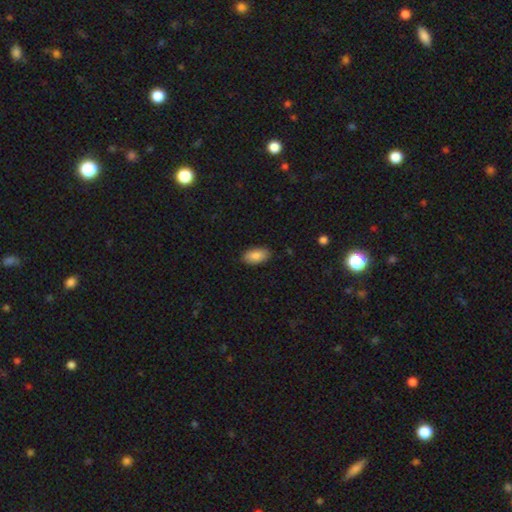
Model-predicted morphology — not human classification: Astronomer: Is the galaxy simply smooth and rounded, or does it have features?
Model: smooth — 87%.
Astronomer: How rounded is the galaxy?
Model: in between — 94%.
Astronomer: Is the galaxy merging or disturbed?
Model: none — 87%.